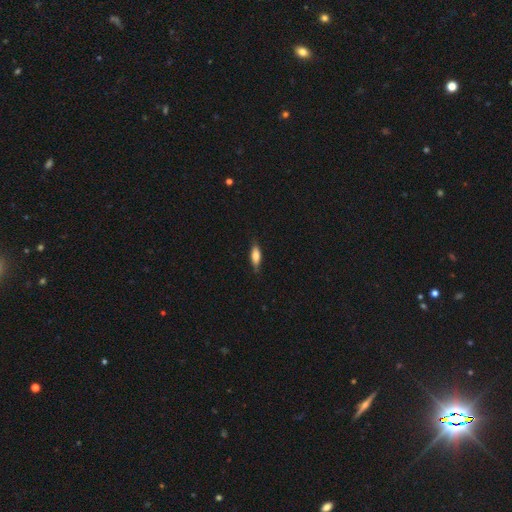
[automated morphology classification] Smooth or featured: smooth — 72% (featured or disk — 22%)
How rounded: in between — 63% (cigar-shaped — 34%)
Merging: none — 79% (minor disturbance — 17%)